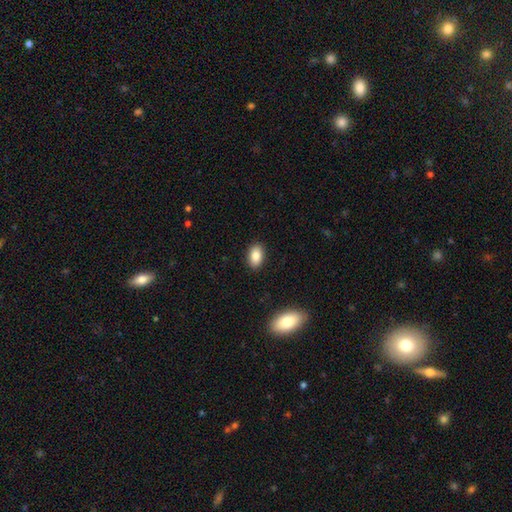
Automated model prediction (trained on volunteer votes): This is clearly a smooth galaxy (86%). How rounded: clearly in between (91%). Merging: clearly none (89%).